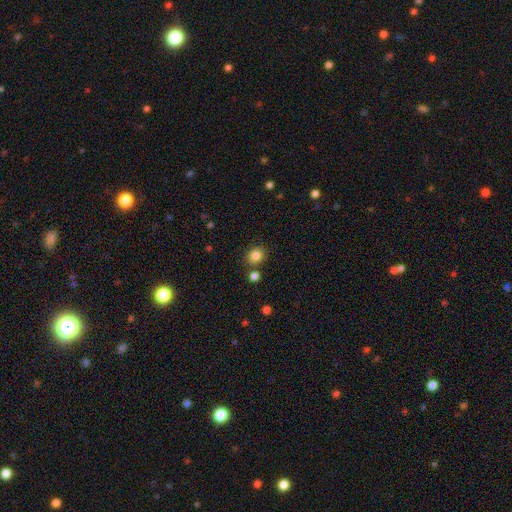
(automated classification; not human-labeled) The model was most divided on "how rounded": round: 78%, in between: 21%, cigar-shaped: 1%. More confident: smooth or featured — smooth (84%); merging — none (79%).